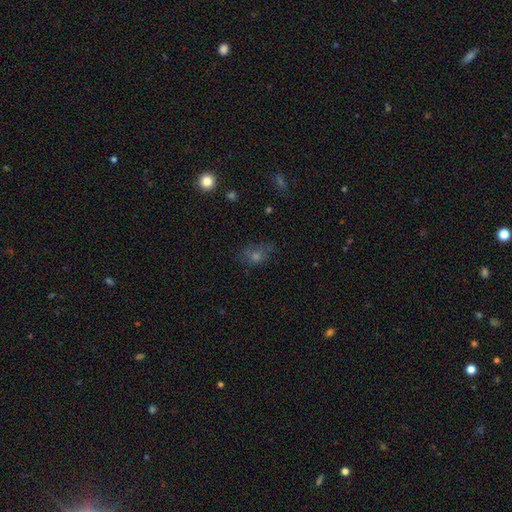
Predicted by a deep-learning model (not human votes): Q: Smooth or featured?
A: smooth (46%); runner-up: star or artifact (32%)
Q: Merging?
A: none (59%); runner-up: minor disturbance (22%)